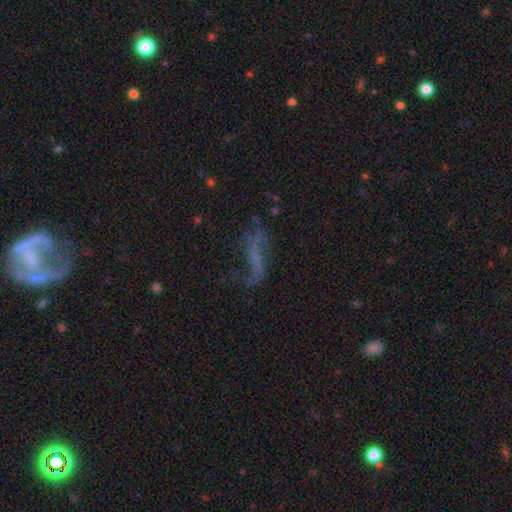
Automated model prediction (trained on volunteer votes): Morphology: type=featured or disk (58%); edge-on=no (85%); merging=none (49%).